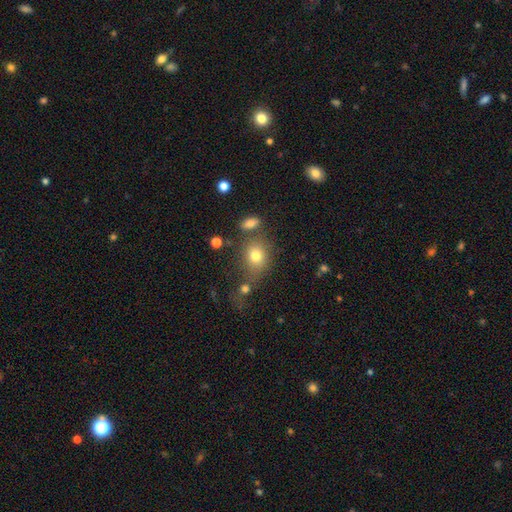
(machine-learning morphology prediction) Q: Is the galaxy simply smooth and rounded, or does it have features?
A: smooth — 77%.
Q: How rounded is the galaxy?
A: round — 57%.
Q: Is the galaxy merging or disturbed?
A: none — 59%.